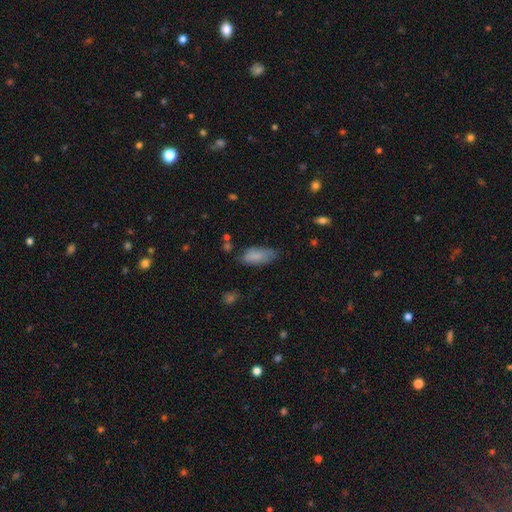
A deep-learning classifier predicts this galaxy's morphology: Smooth or featured: smooth — 83% (featured or disk — 10%)
How rounded: in between — 87% (cigar-shaped — 11%)
Merging: none — 60% (minor disturbance — 30%)